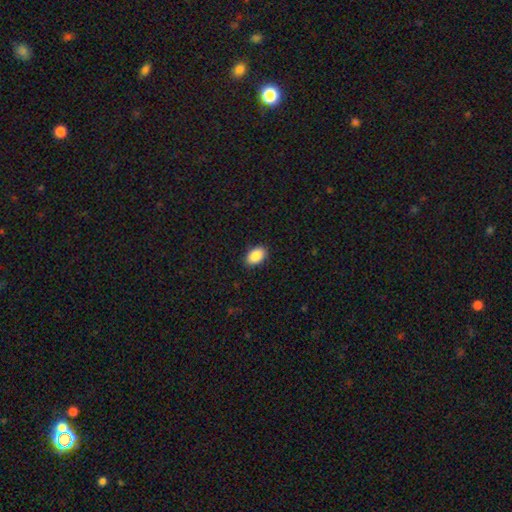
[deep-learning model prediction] Smooth or featured: smooth — 89% (star or artifact — 7%)
How rounded: in between — 88% (round — 11%)
Merging: none — 88% (minor disturbance — 9%)